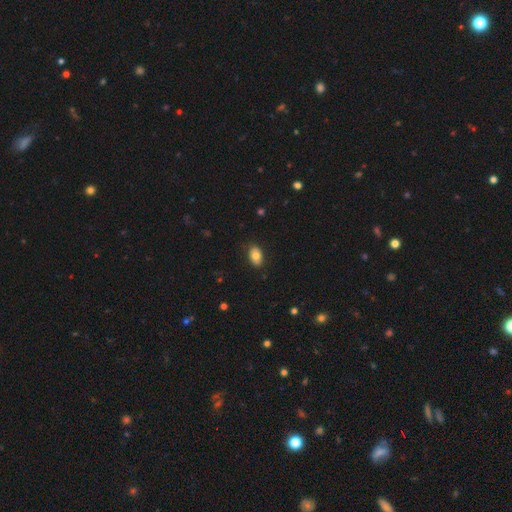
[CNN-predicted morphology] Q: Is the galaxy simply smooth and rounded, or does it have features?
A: smooth — 78%.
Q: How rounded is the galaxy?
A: in between — 88%.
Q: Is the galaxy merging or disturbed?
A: none — 84%.